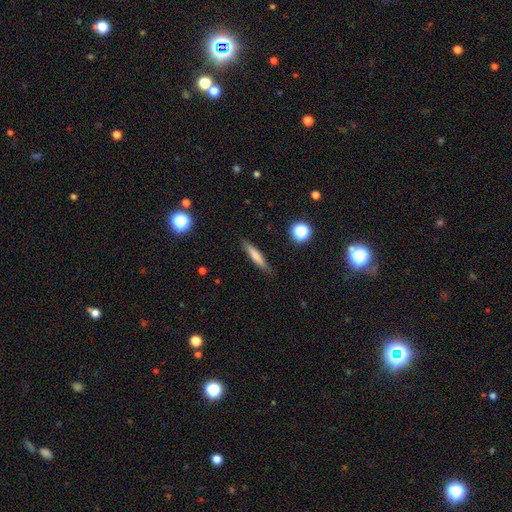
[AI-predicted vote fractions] The model was most divided on "smooth or featured": smooth: 68%, featured or disk: 24%, star or artifact: 8%. More confident: how rounded — cigar-shaped (88%); merging — none (86%).